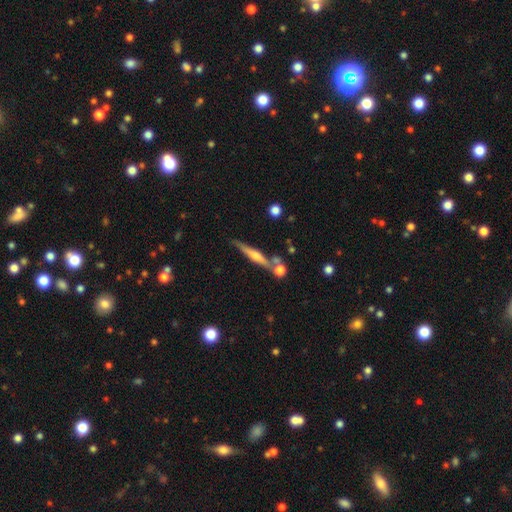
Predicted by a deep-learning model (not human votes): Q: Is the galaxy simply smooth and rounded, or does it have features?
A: featured or disk — 66%.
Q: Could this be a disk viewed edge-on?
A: yes — 96%.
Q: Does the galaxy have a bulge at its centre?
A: rounded — 77%.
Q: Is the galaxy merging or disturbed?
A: none — 74%.